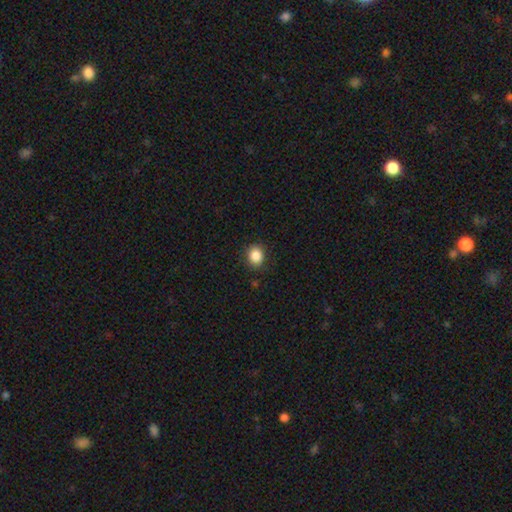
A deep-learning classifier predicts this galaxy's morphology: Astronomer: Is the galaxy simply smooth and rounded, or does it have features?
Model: smooth — 87%.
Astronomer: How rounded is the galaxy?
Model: round — 62%.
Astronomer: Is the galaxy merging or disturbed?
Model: none — 87%.